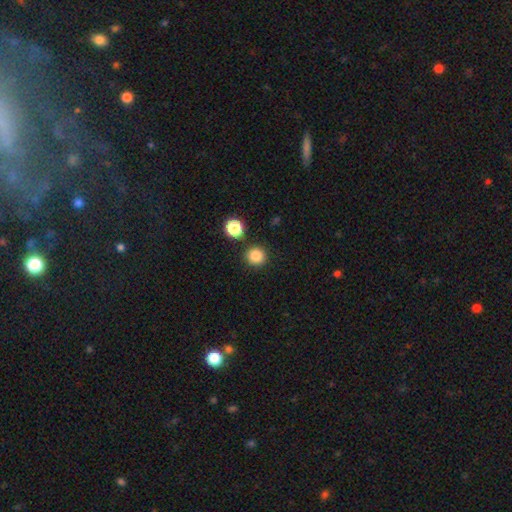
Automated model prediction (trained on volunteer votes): Smooth or featured? Predicted: smooth (p=0.85). How rounded? Predicted: round (p=0.93). Merging? Predicted: none (p=0.86).